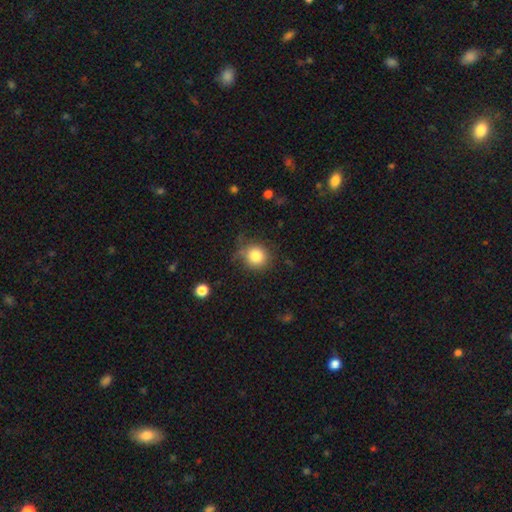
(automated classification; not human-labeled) Smooth or featured?
  - smooth: 82% *
  - star or artifact: 11%
  - featured or disk: 7%
How rounded?
  - round: 86% *
  - in between: 13%
  - cigar-shaped: 1%
Merging?
  - none: 71% *
  - minor disturbance: 20%
  - major disturbance: 6%
  - merger: 3%